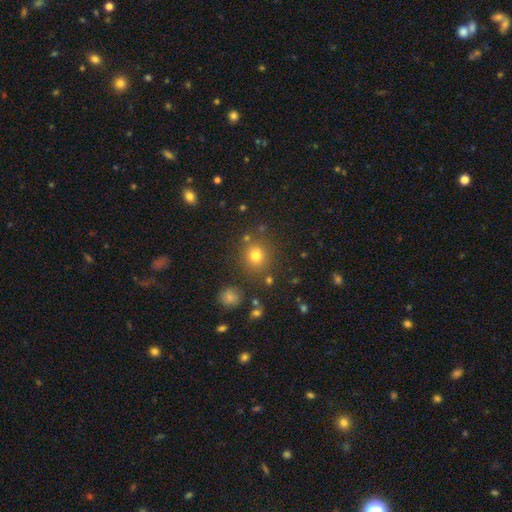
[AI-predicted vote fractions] smooth_or_featured: smooth (p=0.76) [alt: star or artifact p=0.17]
how_rounded: round (p=0.87) [alt: in between p=0.12]
merging: none (p=0.81) [alt: minor disturbance p=0.09]